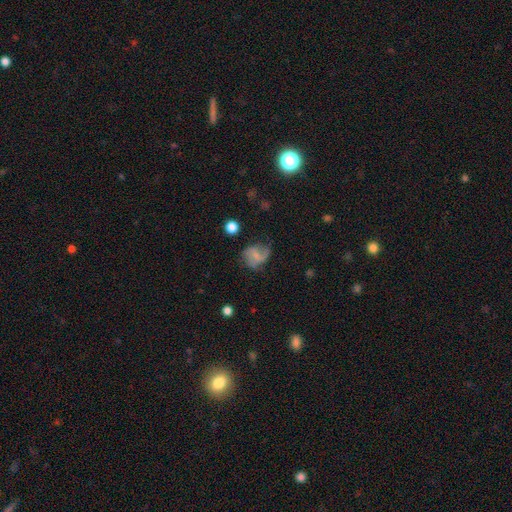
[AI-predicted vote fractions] A featured or disk galaxy (52%) with no bar (46%), spiral arms (81%) and a small central bulge (52%). Merging: none (49%).